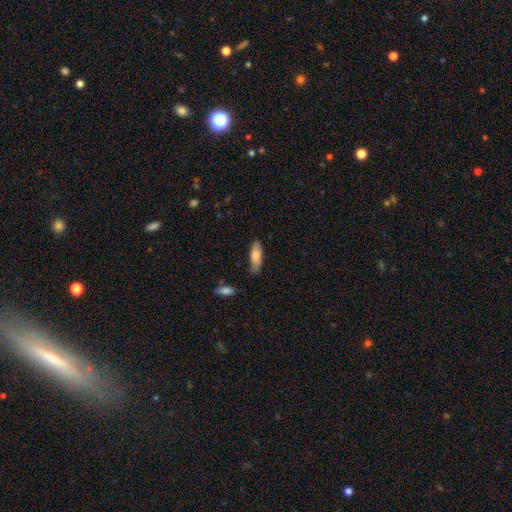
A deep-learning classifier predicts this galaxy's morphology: The model was most divided on "how rounded": in between: 59%, cigar-shaped: 39%, round: 2%. More confident: smooth or featured — smooth (78%); merging — none (77%).